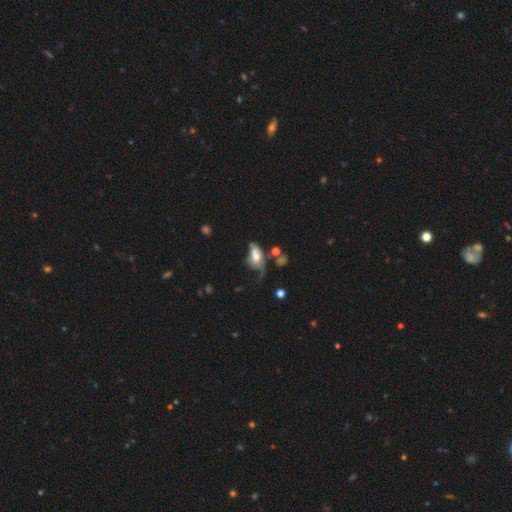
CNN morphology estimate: Q: Smooth or featured?
A: smooth (54%); runner-up: featured or disk (37%)
Q: How rounded?
A: in between (86%); runner-up: round (9%)
Q: Merging?
A: major disturbance (40%); runner-up: minor disturbance (22%)